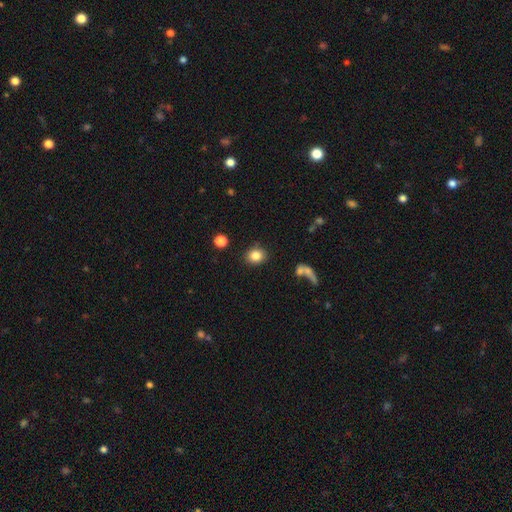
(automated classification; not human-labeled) This is clearly a smooth galaxy (84%). How rounded: likely round (69%). Merging: clearly none (86%).